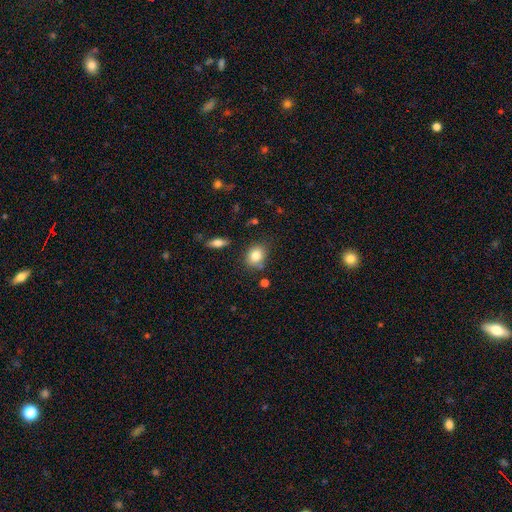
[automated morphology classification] The model was most divided on "how rounded": round: 56%, in between: 43%, cigar-shaped: 1%. More confident: smooth or featured — smooth (82%); merging — none (76%).